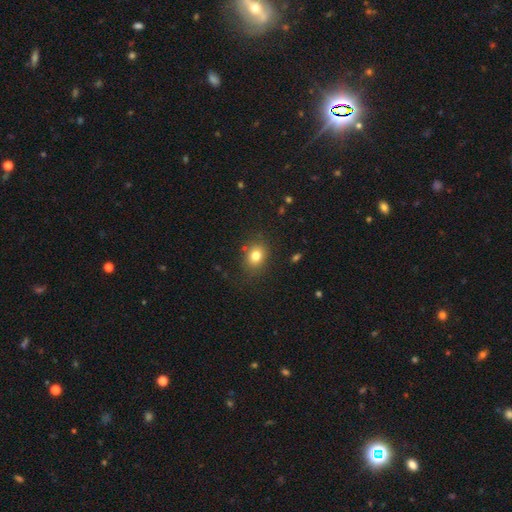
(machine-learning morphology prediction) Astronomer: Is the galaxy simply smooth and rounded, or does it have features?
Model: smooth — 79%.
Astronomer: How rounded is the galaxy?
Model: round — 51% (runner-up: in between, 48%).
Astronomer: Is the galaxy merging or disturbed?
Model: none — 82%.